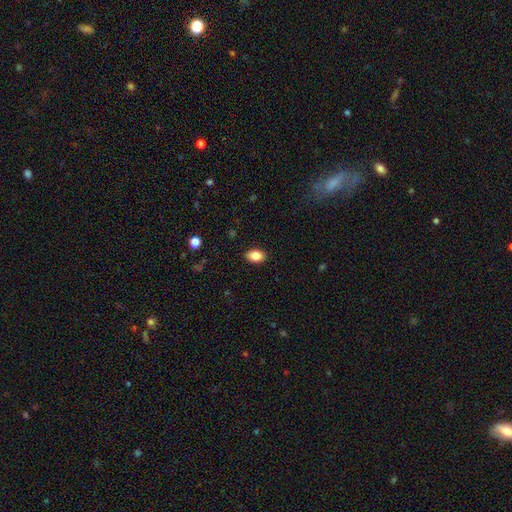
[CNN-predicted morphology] This appears to be a smooth galaxy with no disk features (85%) that is in between round and cigar-shaped (89%). Merging: none (89%).